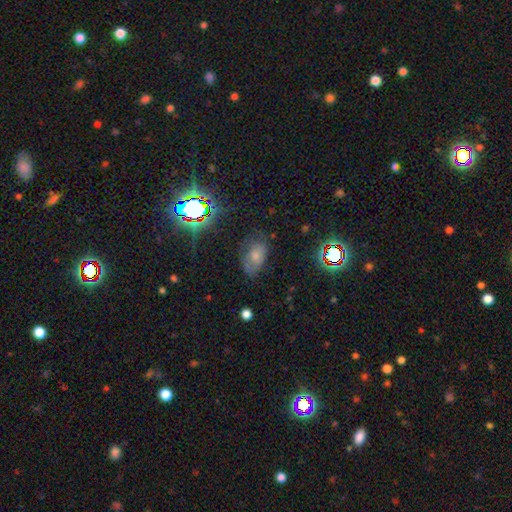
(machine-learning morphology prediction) Smooth or featured? Predicted: smooth (p=0.56). How rounded? Predicted: in between (p=0.87). Merging? Predicted: none (p=0.59).